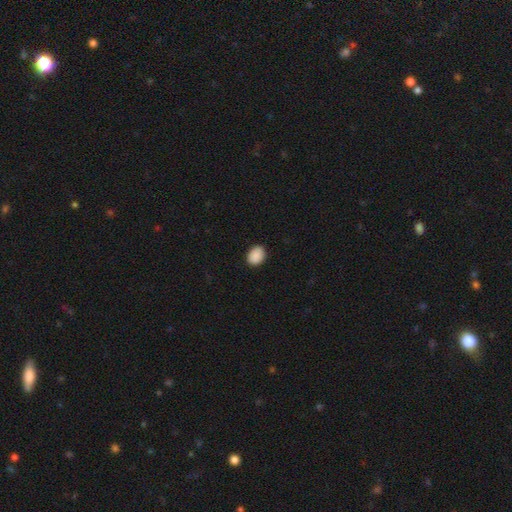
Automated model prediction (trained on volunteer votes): Smooth or featured?
  - smooth: 90% *
  - star or artifact: 7%
  - featured or disk: 3%
How rounded?
  - in between: 66% *
  - round: 33%
  - cigar-shaped: 1%
Merging?
  - none: 89% *
  - minor disturbance: 8%
  - major disturbance: 2%
  - merger: 1%